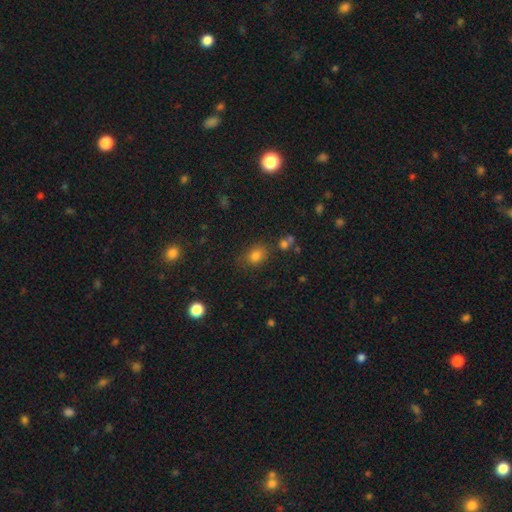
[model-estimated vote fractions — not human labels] Smooth or featured? Predicted: smooth (p=0.77). How rounded? Predicted: in between (p=0.63). Merging? Predicted: none (p=0.73).